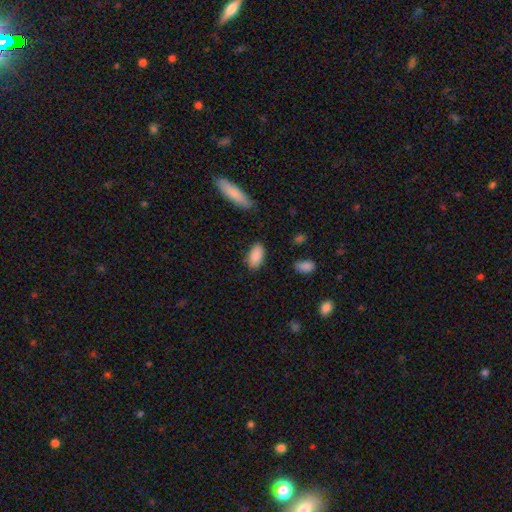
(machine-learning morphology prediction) This is clearly a smooth galaxy (89%). How rounded: clearly in between (93%). Merging: clearly none (83%).